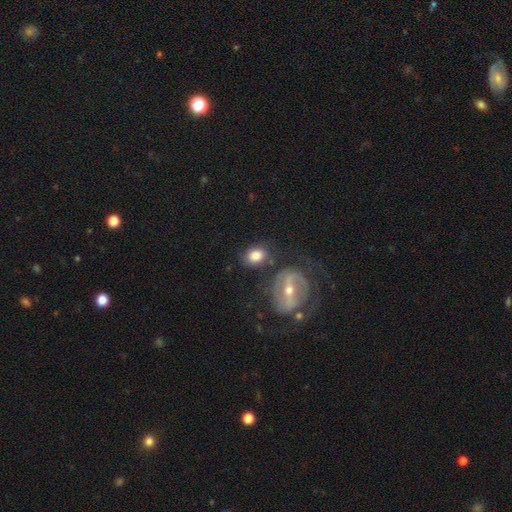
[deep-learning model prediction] Smooth or featured? smooth (74%)
How rounded? in between (66%)
Merging? none (65%)